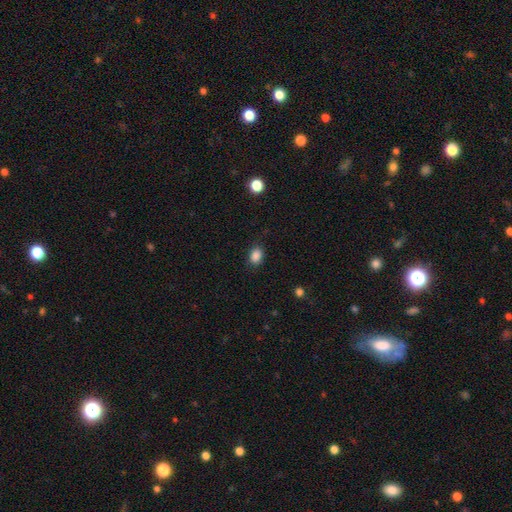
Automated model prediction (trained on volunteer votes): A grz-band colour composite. It shows a smooth galaxy with no disk features (87%) that is in between round and cigar-shaped (66%). Merging: none (81%).